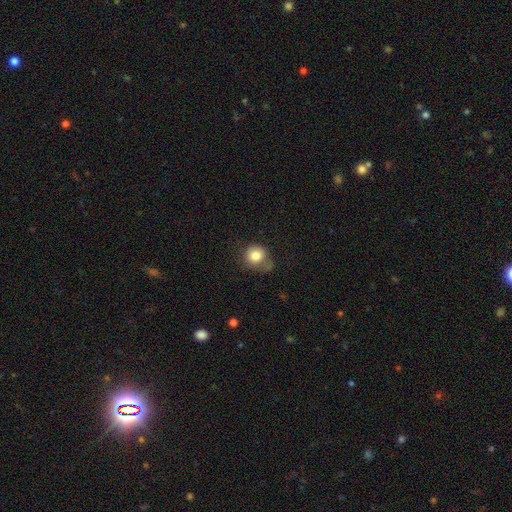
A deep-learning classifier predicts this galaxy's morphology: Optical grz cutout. It shows a smooth galaxy with no disk features (81%) that is round (83%). Merging: none (55%).